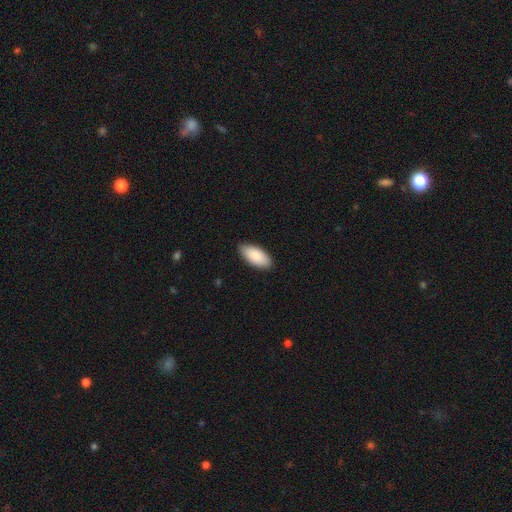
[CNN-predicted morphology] A smooth galaxy with no disk features (87%) that is in between round and cigar-shaped (93%).

Vote fractions:
- Smooth or featured? smooth: 87% / featured or disk: 7% / star or artifact: 5%
- How rounded? in between: 93% / cigar-shaped: 6% / round: 2%
- Merging? none: 86% / minor disturbance: 11% / major disturbance: 2% / merger: 1%